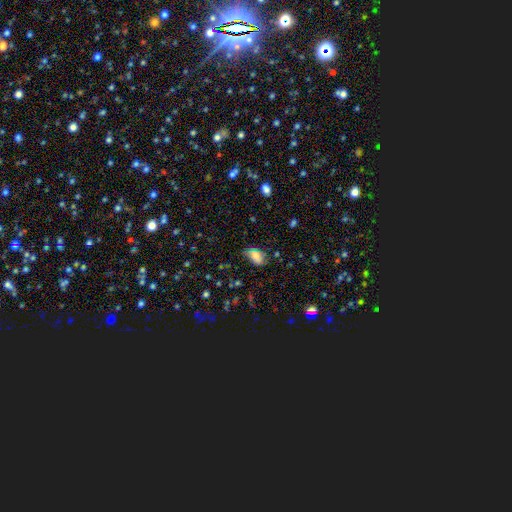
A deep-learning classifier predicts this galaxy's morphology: type=smooth (64%); roundness=in between (87%); merging=none (50%).